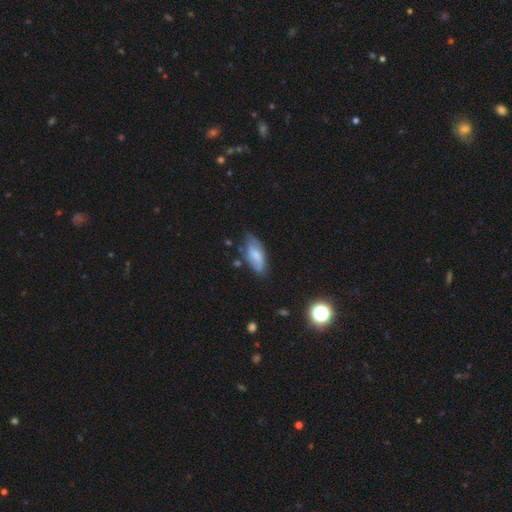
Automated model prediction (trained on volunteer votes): Morphology: type=smooth (54%); roundness=in between (85%); merging=none (54%).